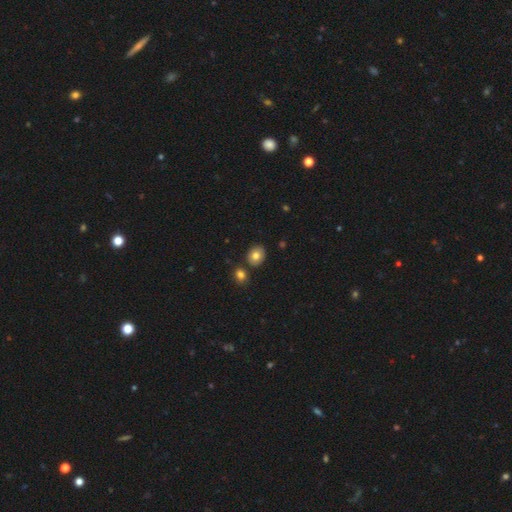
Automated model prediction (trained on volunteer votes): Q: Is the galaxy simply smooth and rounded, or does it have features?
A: smooth — 81%.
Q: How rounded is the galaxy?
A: round — 58%.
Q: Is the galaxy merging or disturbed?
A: none — 80%.